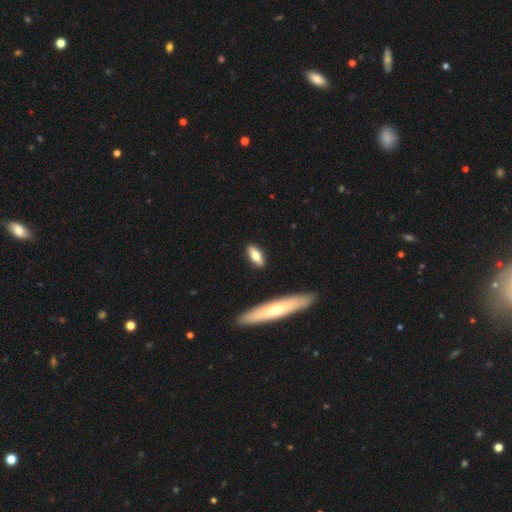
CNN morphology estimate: This is likely a smooth galaxy (67%). How rounded: likely in between (61%). Merging: clearly none (87%).